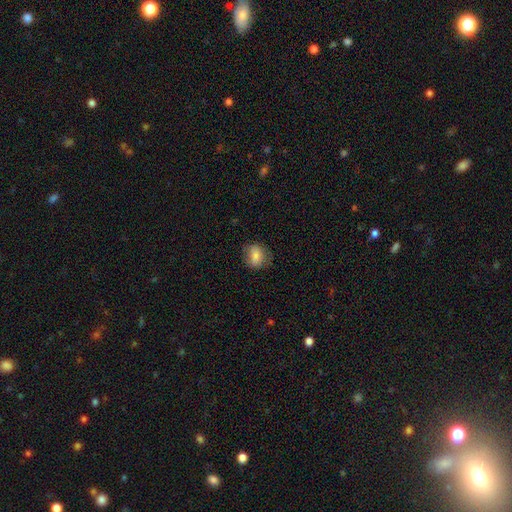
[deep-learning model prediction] smooth 76%, featured or disk 16%, star or artifact 8%. Down the decision tree: how rounded — in between (52%); merging — none (74%).